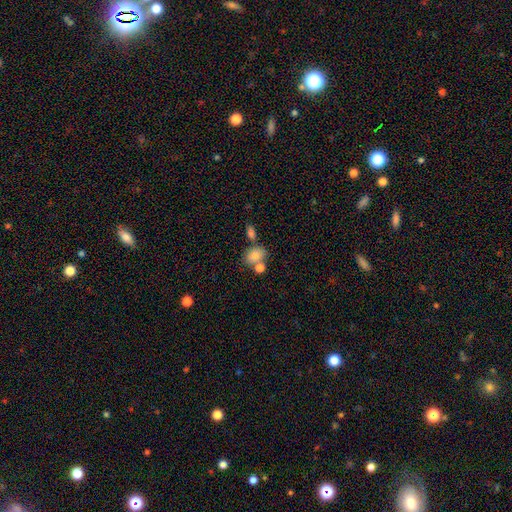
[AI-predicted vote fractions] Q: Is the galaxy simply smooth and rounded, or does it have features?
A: smooth — 81%.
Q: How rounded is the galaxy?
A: in between — 66%.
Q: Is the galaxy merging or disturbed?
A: none — 50%.